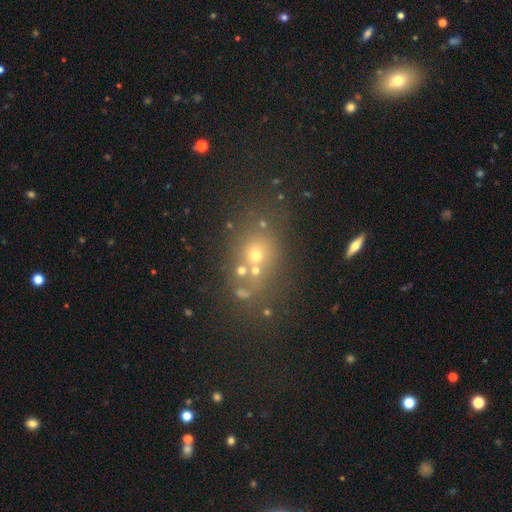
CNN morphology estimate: Overall: smooth (46%; star or artifact 35%). Merging: none (57%; merger 26%).